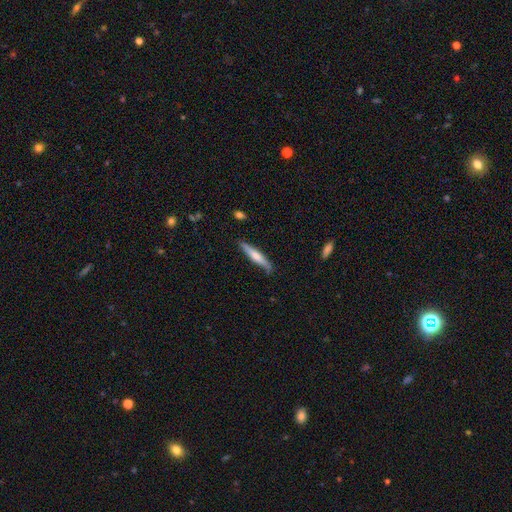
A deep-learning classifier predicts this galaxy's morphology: This is possibly a featured or disk galaxy (48%). Merging: clearly none (86%).